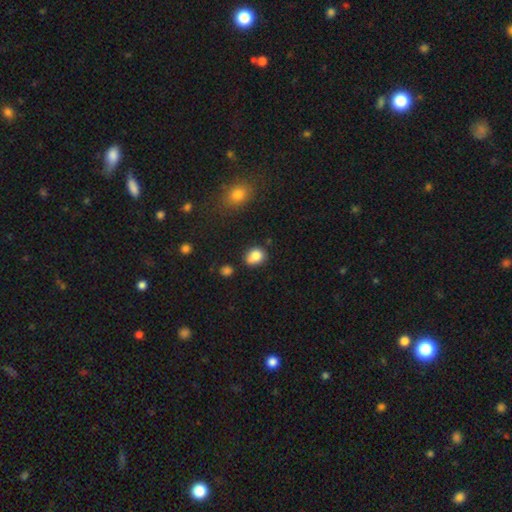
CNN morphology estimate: smooth 82%, star or artifact 10%, featured or disk 8%. Down the decision tree: how rounded — round (52%); merging — none (60%).